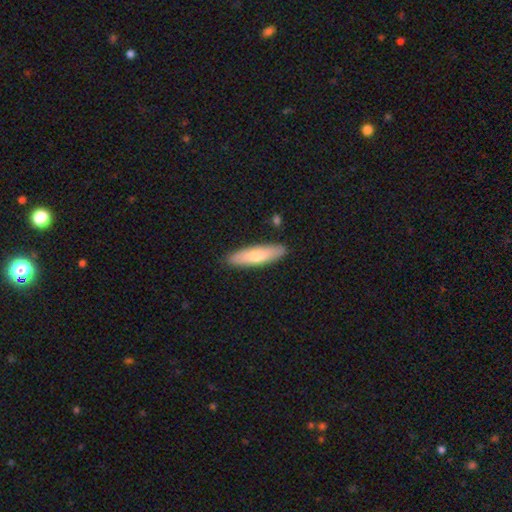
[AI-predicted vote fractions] smooth 67%, featured or disk 28%, star or artifact 5%. Down the decision tree: how rounded — cigar-shaped (65%); merging — none (88%).